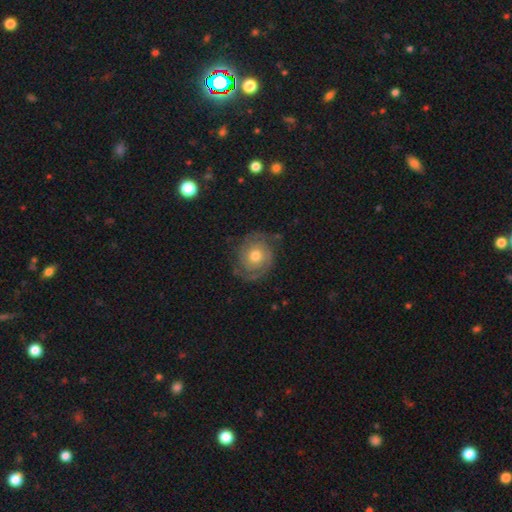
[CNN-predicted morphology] A featured or disk galaxy (79%) with no bar (80%), 2 (76%) tight (61%) spiral arms (94%) and a moderate central bulge (72%). Merging: none (77%).